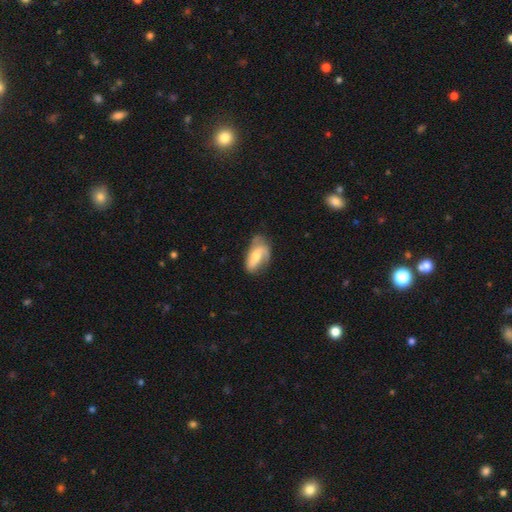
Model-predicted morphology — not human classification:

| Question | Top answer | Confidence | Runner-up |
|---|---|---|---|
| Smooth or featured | featured or disk | 56% | smooth (38%) |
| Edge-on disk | no | 92% | yes (8%) |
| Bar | no | 47% | weak (34%) |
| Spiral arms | yes | 80% | no (20%) |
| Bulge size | moderate | 53% | small (37%) |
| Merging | none | 52% | minor disturbance (30%) |